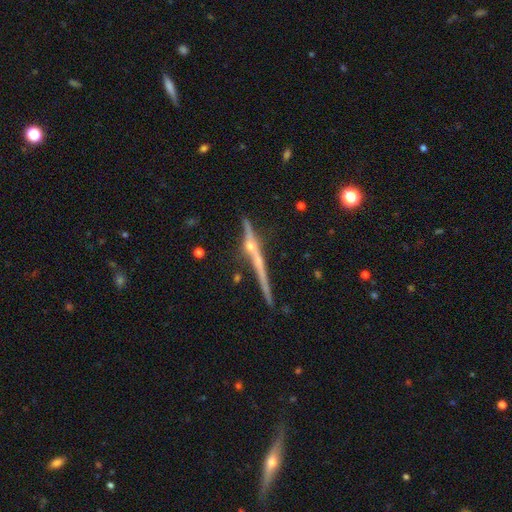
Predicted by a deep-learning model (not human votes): smooth_or_featured: featured or disk (p=0.80) [alt: smooth p=0.12]
disk_edge_on: yes (p=0.98) [alt: no p=0.02]
edge_on_bulge: rounded (p=0.72) [alt: none p=0.22]
merging: none (p=0.78) [alt: minor disturbance p=0.12]